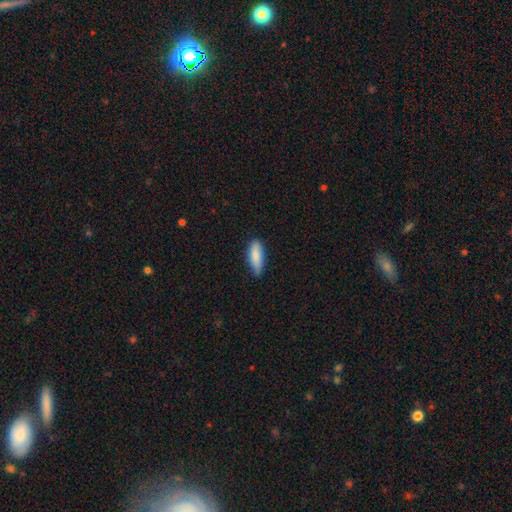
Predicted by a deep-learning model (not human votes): The model was most divided on "how rounded": in between: 63%, cigar-shaped: 35%, round: 2%. More confident: smooth or featured — smooth (85%); merging — none (68%).